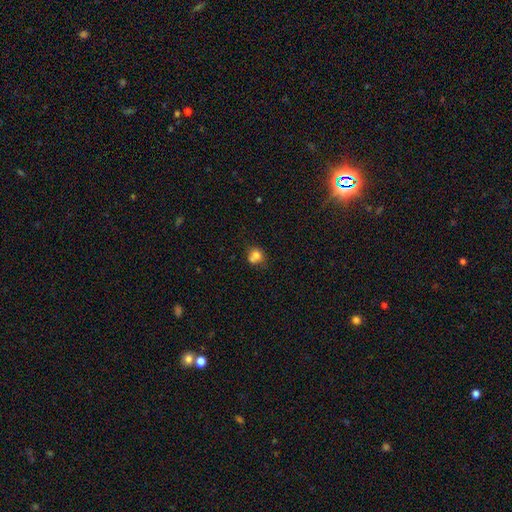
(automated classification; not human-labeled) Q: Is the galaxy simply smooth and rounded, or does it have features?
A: smooth — 75%.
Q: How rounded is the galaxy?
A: round — 76%.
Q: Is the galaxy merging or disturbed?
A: none — 44%.